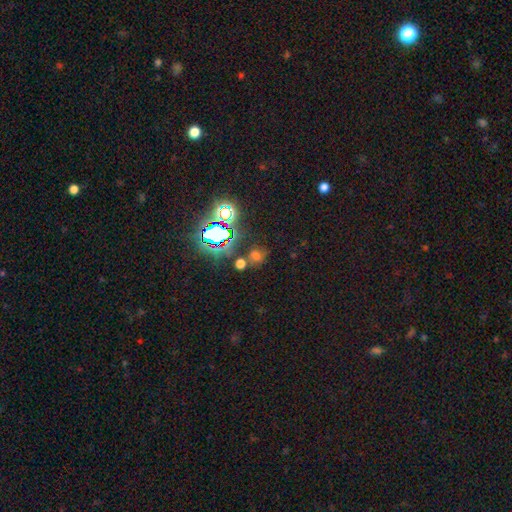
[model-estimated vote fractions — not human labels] This appears to be a smooth galaxy with no disk features (49%). Merging: none (68%).